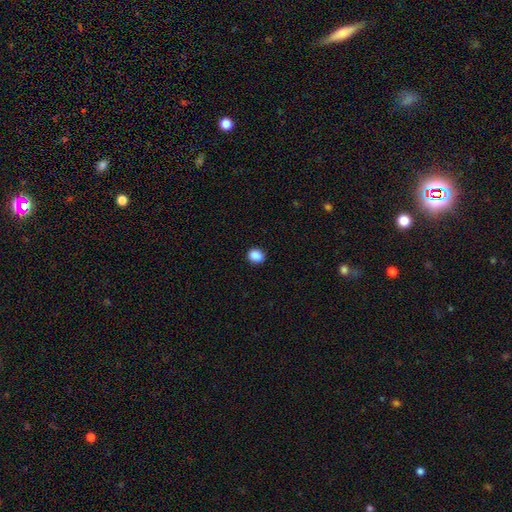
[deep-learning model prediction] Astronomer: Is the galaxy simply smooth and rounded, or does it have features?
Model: smooth — 89%.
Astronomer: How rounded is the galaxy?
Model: round — 55% (runner-up: in between, 44%).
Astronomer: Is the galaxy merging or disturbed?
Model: none — 90%.